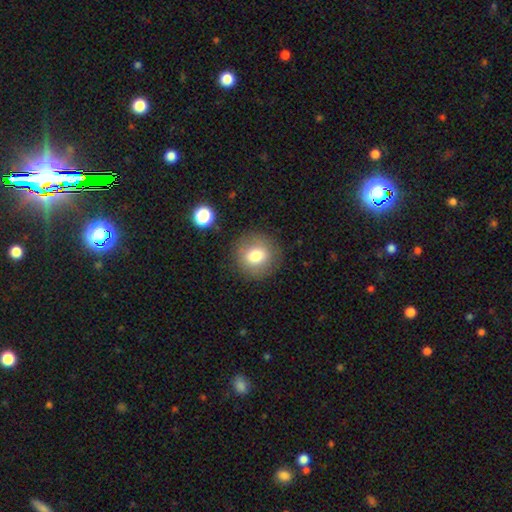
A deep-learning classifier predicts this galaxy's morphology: This is likely a smooth galaxy (76%). How rounded: clearly round (90%). Merging: clearly none (86%).